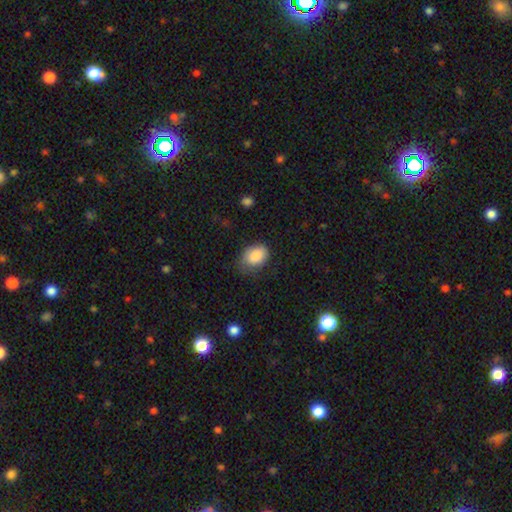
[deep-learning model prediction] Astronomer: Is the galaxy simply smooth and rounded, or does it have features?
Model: smooth — 84%.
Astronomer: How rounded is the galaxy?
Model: in between — 75%.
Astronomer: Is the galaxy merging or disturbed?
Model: none — 60%.